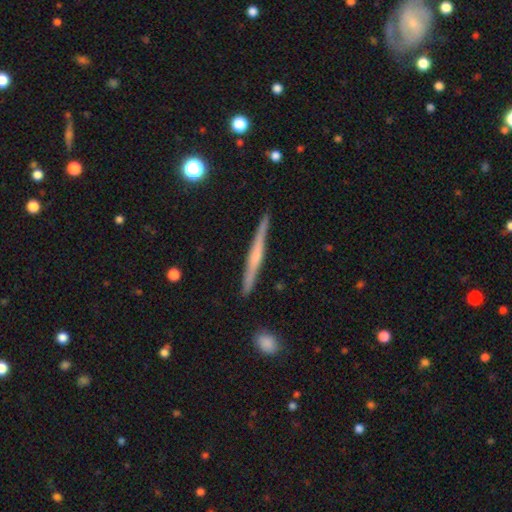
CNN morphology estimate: Smooth or featured? featured or disk (64%)
Edge-on disk? yes (97%)
Edge-on bulge? rounded (49%)
Merging? none (89%)